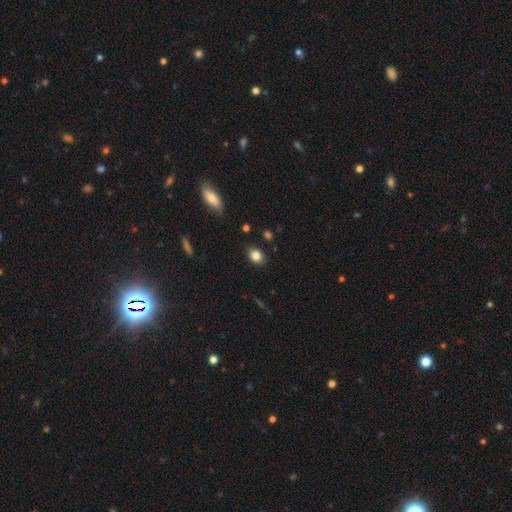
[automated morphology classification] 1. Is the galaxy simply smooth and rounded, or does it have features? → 83% smooth, 10% star or artifact, 7% featured or disk.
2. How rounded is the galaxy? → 63% in between, 35% round, 1% cigar-shaped.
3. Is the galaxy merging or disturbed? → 85% none, 11% minor disturbance, 2% major disturbance, 1% merger.